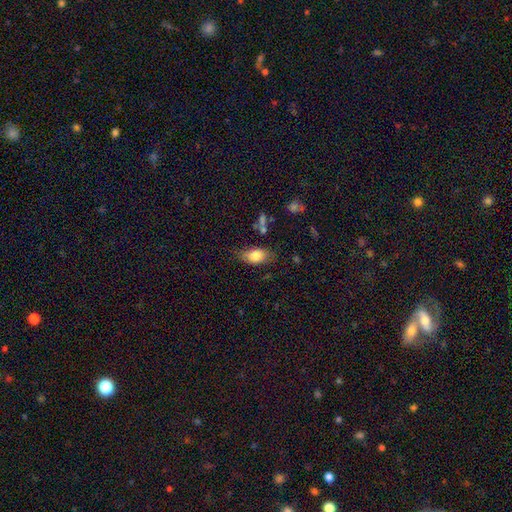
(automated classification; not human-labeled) Overall: smooth (79%). How rounded: in between (88%). Merging: none (69%).